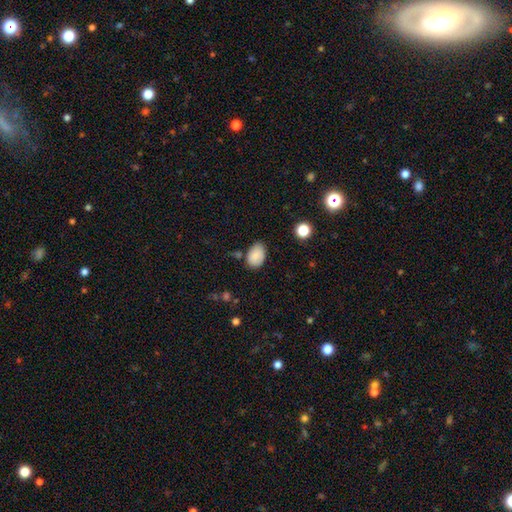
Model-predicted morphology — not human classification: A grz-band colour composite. It shows a smooth galaxy with no disk features (85%) that is in between round and cigar-shaped (85%). Merging: none (71%).